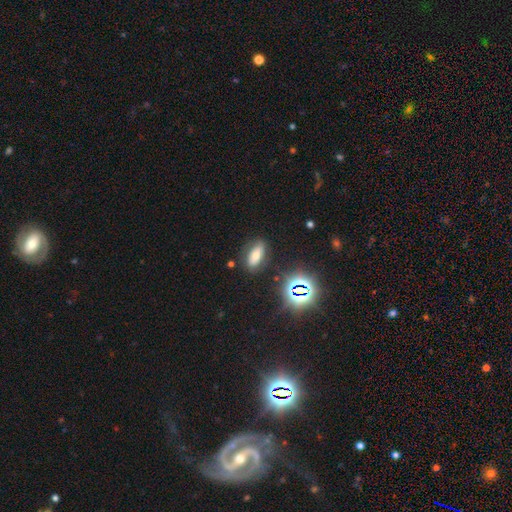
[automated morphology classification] type=smooth (58%); roundness=in between (80%); merging=none (79%).